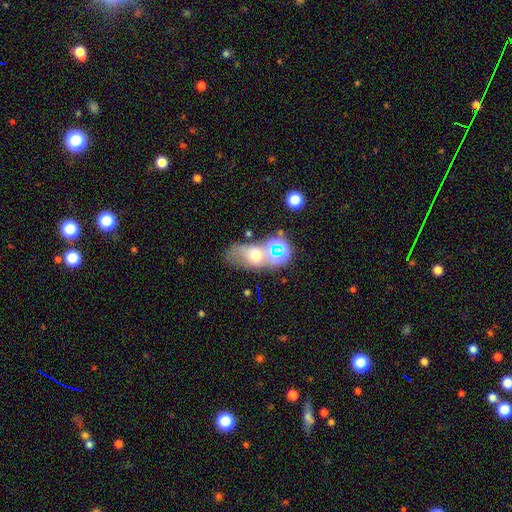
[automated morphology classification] Overall: smooth (52%; featured or disk 24%). How rounded: in between (71%). Merging: none (36%; merger 30%).